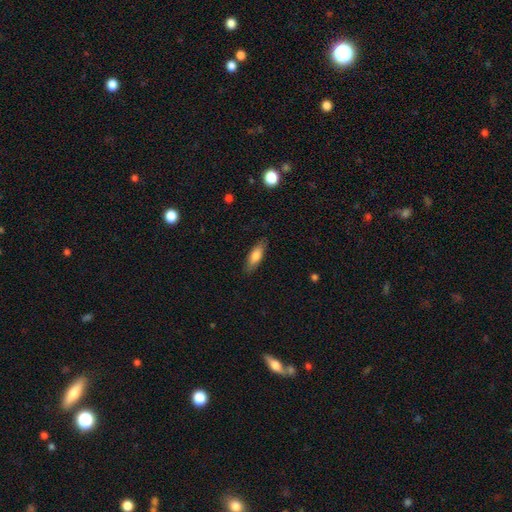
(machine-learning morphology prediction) A smooth galaxy with no disk features (74%) that is in between round and cigar-shaped (52%). Merging: none (86%).